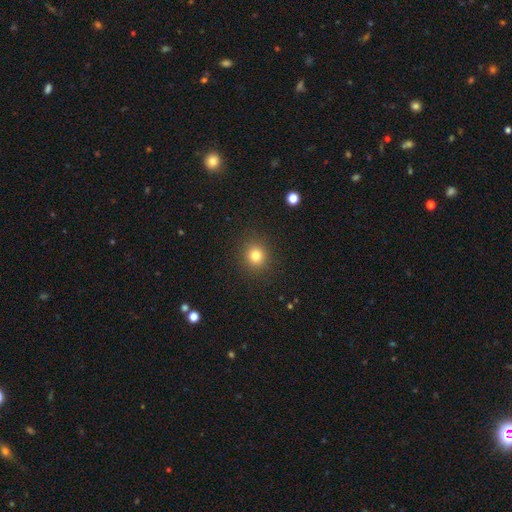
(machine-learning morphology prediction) The model was most divided on "smooth or featured": smooth: 80%, star or artifact: 13%, featured or disk: 7%. More confident: merging — none (90%); how rounded — round (87%).